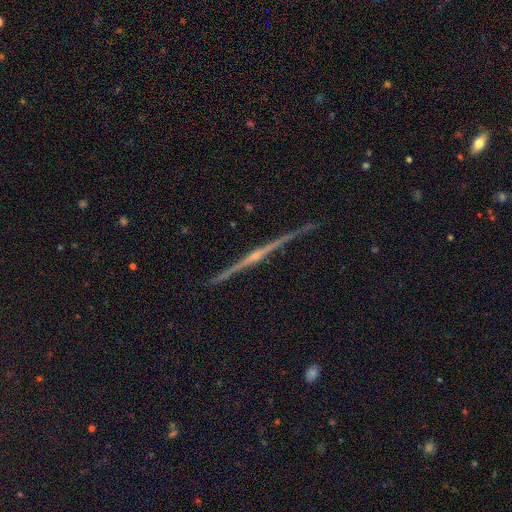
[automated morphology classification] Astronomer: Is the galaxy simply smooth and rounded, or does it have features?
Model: featured or disk — 88%.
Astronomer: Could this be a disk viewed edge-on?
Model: yes — 98%.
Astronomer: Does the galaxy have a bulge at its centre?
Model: rounded — 81%.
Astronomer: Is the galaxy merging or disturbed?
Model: none — 87%.